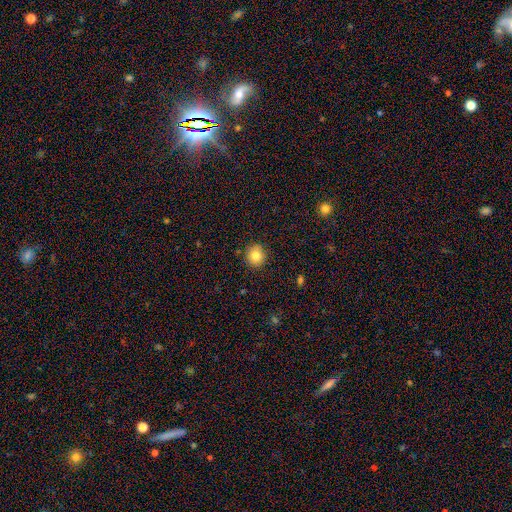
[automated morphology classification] This appears to be a smooth galaxy with no disk features (81%) that is round (87%). Merging: none (89%).